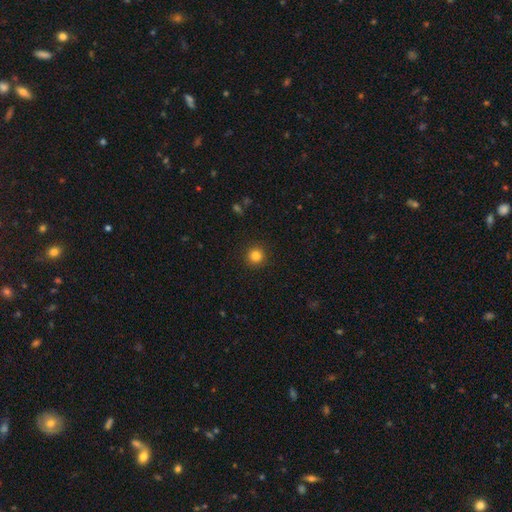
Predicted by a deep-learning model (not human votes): This is clearly a smooth galaxy (84%). How rounded: clearly round (95%). Merging: clearly none (92%).